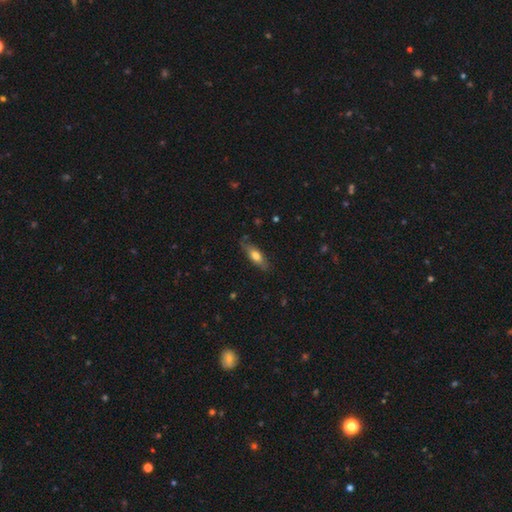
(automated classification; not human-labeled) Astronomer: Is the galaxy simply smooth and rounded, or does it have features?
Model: smooth — 67%.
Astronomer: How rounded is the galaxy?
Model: in between — 61% (runner-up: cigar-shaped, 37%).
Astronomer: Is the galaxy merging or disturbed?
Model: none — 78%.